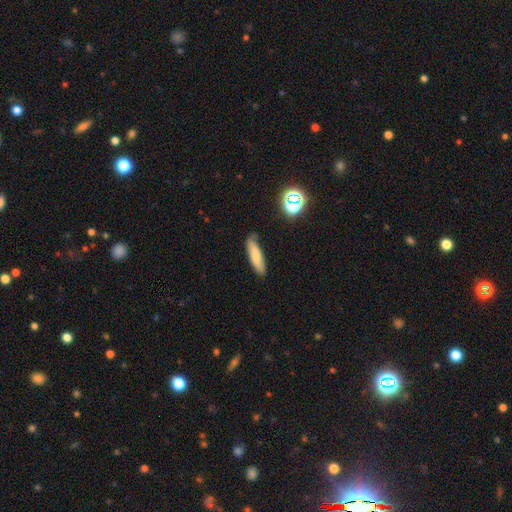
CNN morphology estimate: A smooth galaxy with no disk features (75%) that is cigar-shaped (72%). Merging: none (75%).